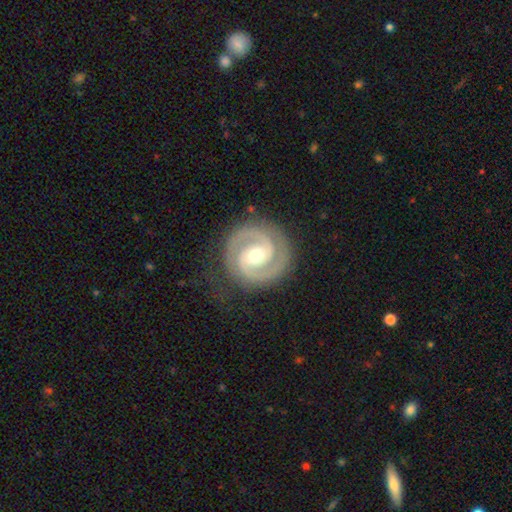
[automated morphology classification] This is clearly a featured or disk galaxy (92%). It is clearly not viewed edge-on (98%). Bar: marginally weak (44%). Spiral arm pattern: clearly yes (98%). Spiral arm count: clearly 2 (93%). Spiral winding: likely tight (68%). Central bulge: likely moderate (68%). Merging: clearly none (84%).